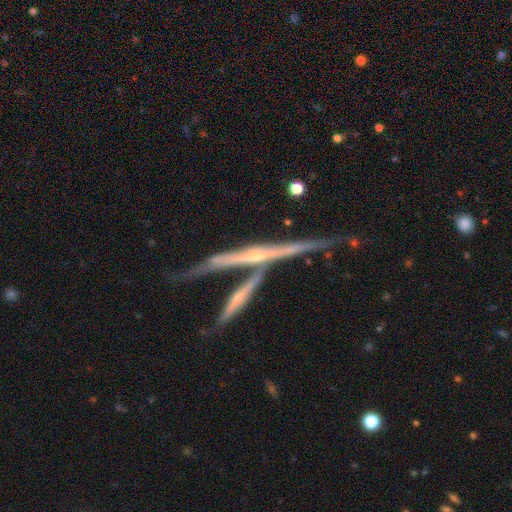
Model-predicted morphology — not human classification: A featured or disk galaxy (80%) viewed edge-on (96%) with a rounded central bulge (48%).

Vote fractions:
- Smooth or featured? featured or disk: 80% / smooth: 13% / star or artifact: 7%
- Edge-on disk? yes: 96% / no: 4%
- Edge-on bulge? rounded: 48% / none: 45% / boxy: 8%
- Merging? none: 60% / merger: 24% / minor disturbance: 12% / major disturbance: 4%